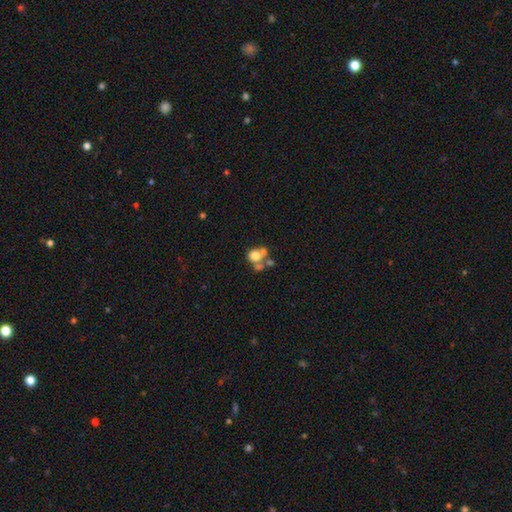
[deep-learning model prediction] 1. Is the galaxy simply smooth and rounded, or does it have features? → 66% smooth, 22% featured or disk, 12% star or artifact.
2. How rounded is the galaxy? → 66% round, 33% in between, 1% cigar-shaped.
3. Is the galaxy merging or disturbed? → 49% merger, 30% none, 10% major disturbance, 10% minor disturbance.